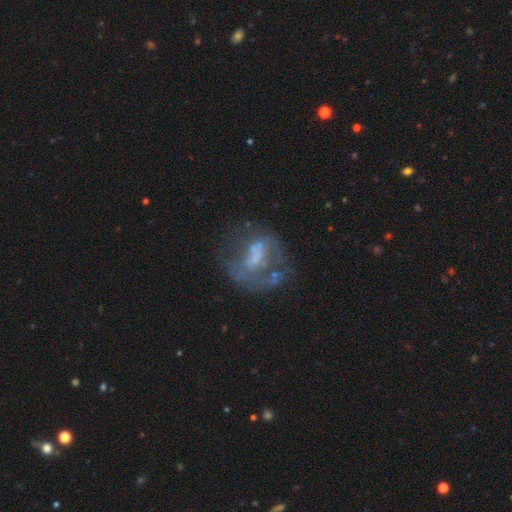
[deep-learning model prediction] smooth-or-featured: featured or disk: 63% | smooth: 24% | star or artifact: 13%
  disk-edge-on: no: 97% | yes: 3%
    bar: no: 61% | weak: 29% | strong: 10%
    has-spiral-arms: no: 62% | yes: 38%
    bulge-size: none: 43% | small: 29% | moderate: 22% | large: 5% | dominant: 2%
  merging: none: 43% | major disturbance: 30% | minor disturbance: 18% | merger: 8%